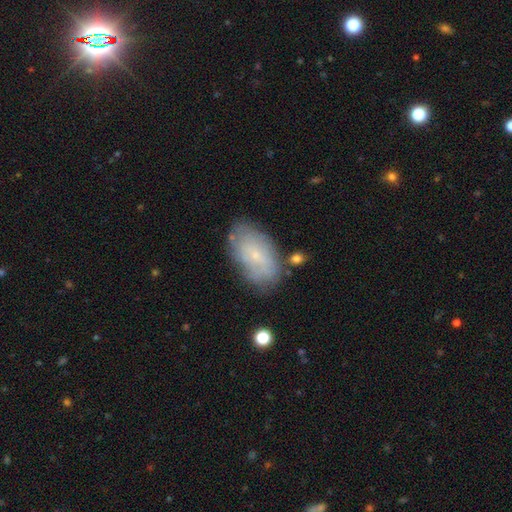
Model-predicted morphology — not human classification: Q: Smooth or featured?
A: smooth (46%); tied with: featured or disk (46%)
Q: Merging?
A: none (69%); runner-up: minor disturbance (21%)